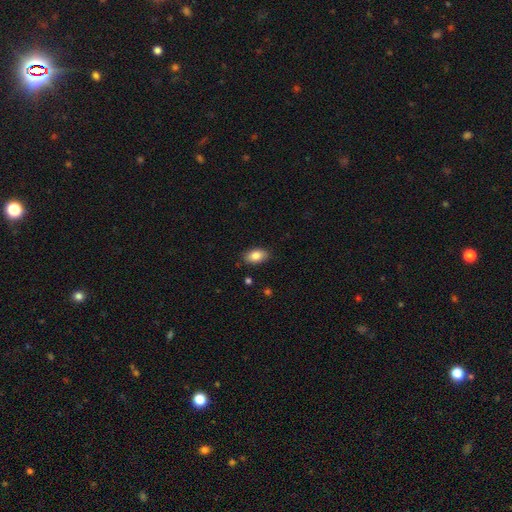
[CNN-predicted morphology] Smooth or featured: smooth — 85% (featured or disk — 7%)
How rounded: in between — 91% (round — 6%)
Merging: none — 87% (minor disturbance — 10%)